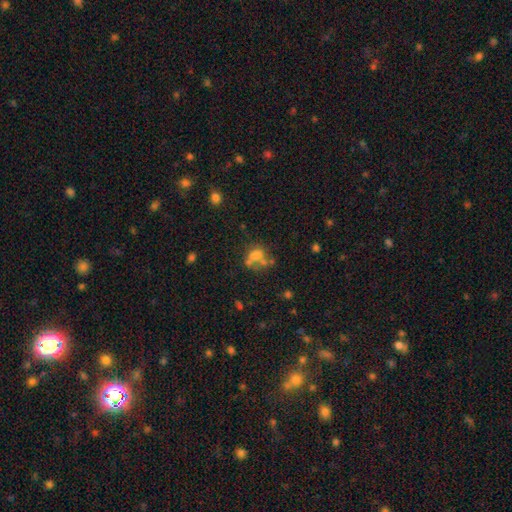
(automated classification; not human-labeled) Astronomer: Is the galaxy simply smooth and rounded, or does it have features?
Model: smooth — 52% (runner-up: featured or disk, 29%).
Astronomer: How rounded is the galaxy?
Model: in between — 60% (runner-up: round, 38%).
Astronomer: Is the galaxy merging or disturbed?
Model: merger — 41% (runner-up: none, 29%).